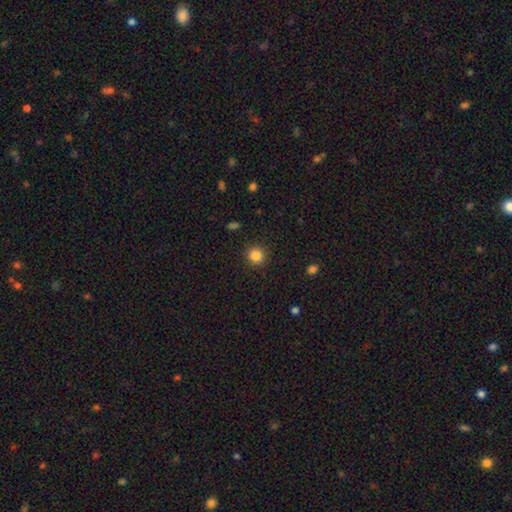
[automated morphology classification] Overall: smooth (85%). How rounded: round (93%). Merging: none (91%).